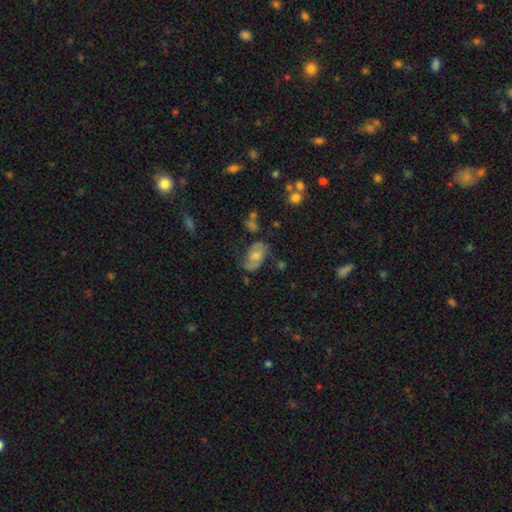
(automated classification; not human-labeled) A smooth galaxy with no disk features (48%). Merging: none (56%).